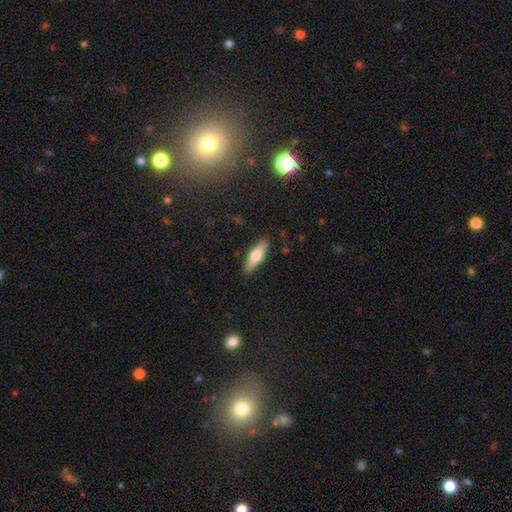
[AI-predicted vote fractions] The model was most divided on "how rounded": cigar-shaped: 50%, in between: 48%, round: 3%. More confident: merging — none (88%); smooth or featured — smooth (59%).